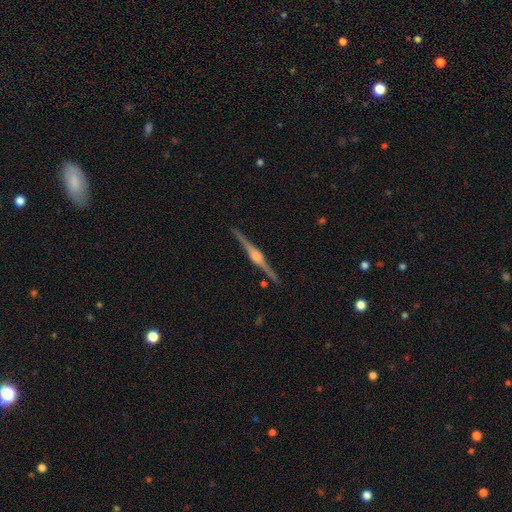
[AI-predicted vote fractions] Morphology: type=featured or disk (88%); edge-on=yes (99%); edge-on bulge=rounded (83%); merging=none (91%).